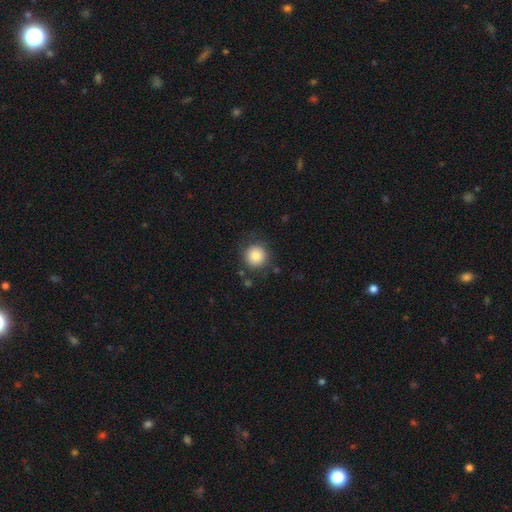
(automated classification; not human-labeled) A smooth galaxy with no disk features (85%) that is round (94%). Merging: none (84%).